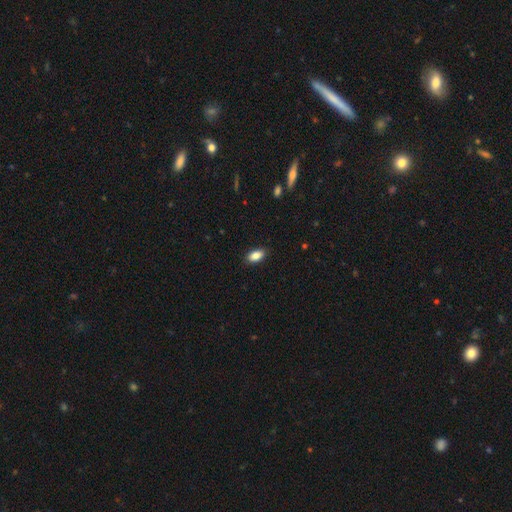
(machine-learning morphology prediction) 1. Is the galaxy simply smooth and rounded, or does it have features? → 87% smooth, 7% star or artifact, 6% featured or disk.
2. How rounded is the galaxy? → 91% in between, 5% cigar-shaped, 4% round.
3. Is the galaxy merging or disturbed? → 88% none, 9% minor disturbance, 2% major disturbance, 1% merger.